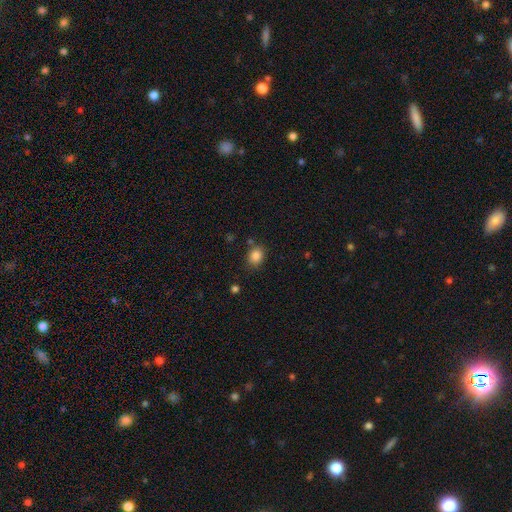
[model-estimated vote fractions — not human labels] Smooth or featured? Predicted: smooth (p=0.85). How rounded? Predicted: round (p=0.54). Merging? Predicted: none (p=0.79).